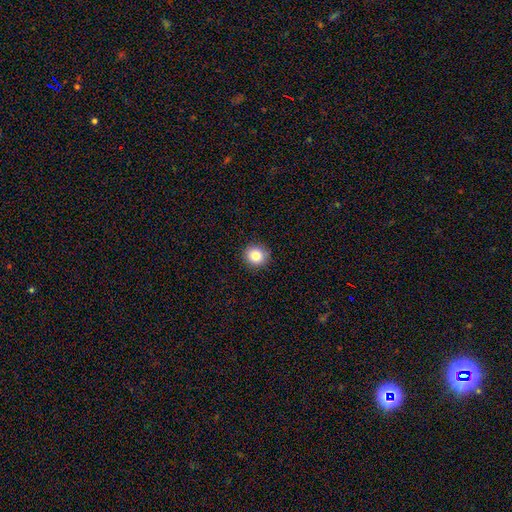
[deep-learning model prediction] Smooth or featured: smooth — 82% (star or artifact — 10%)
How rounded: round — 93% (in between — 6%)
Merging: none — 92% (minor disturbance — 6%)